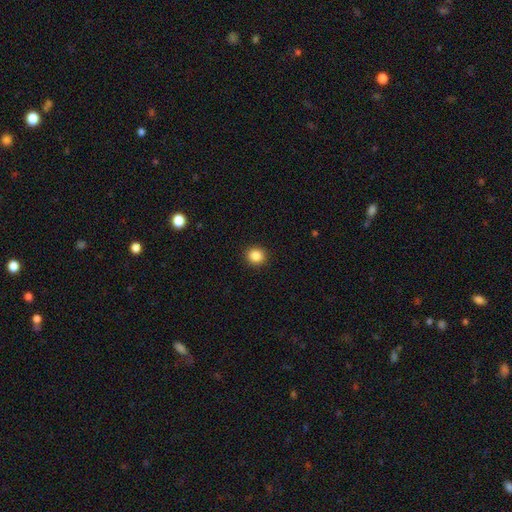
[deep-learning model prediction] Morphology: type=smooth (86%); roundness=round (90%); merging=none (92%).